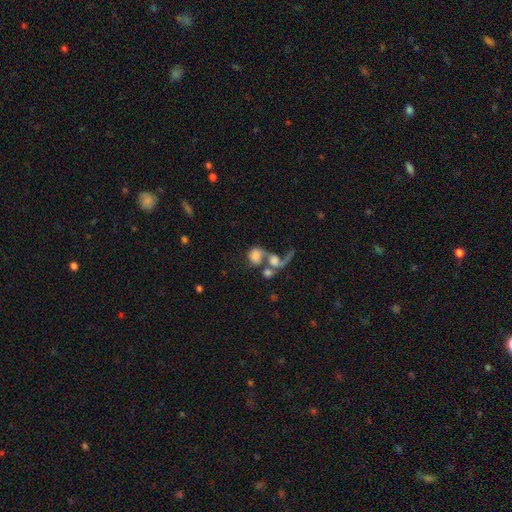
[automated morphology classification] Q: Smooth or featured?
A: smooth (50%); runner-up: featured or disk (38%)
Q: How rounded?
A: in between (58%); runner-up: round (40%)
Q: Merging?
A: merger (68%); runner-up: none (14%)